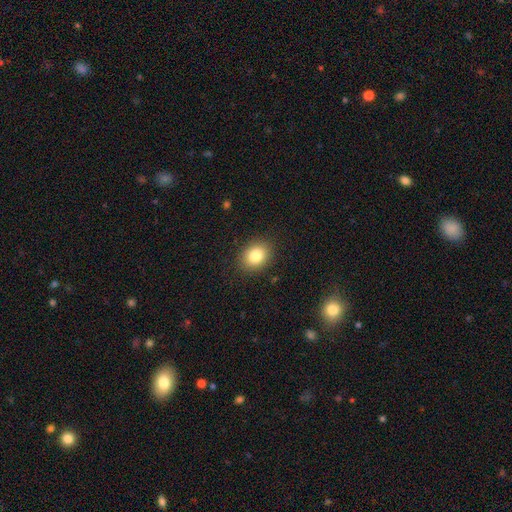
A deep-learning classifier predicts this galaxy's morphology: smooth_or_featured: smooth (p=0.84) [alt: star or artifact p=0.09]
how_rounded: in between (p=0.55) [alt: round p=0.44]
merging: none (p=0.88) [alt: minor disturbance p=0.08]